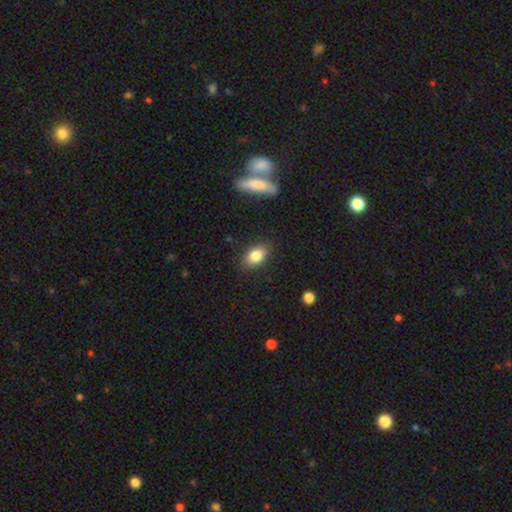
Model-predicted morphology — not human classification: smooth 83%, featured or disk 8%, star or artifact 8%. Down the decision tree: how rounded — in between (86%); merging — none (85%).